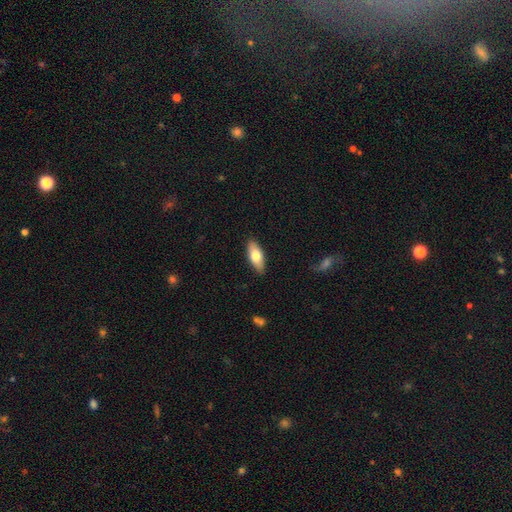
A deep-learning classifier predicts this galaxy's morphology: A smooth galaxy with no disk features (73%) that is in between round and cigar-shaped (80%).

Vote fractions:
- Smooth or featured? smooth: 73% / featured or disk: 22% / star or artifact: 6%
- How rounded? in between: 80% / cigar-shaped: 18% / round: 2%
- Merging? none: 88% / minor disturbance: 10% / major disturbance: 2% / merger: 1%